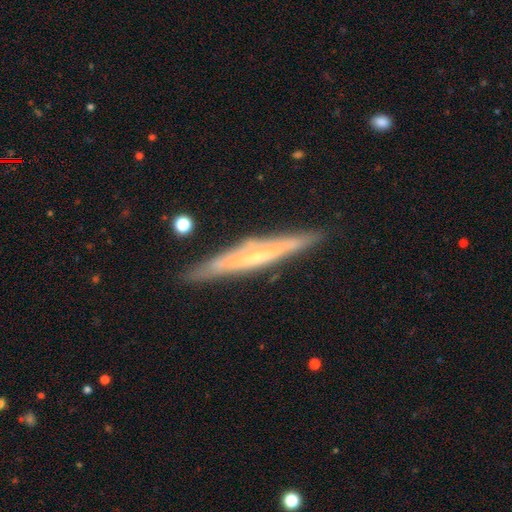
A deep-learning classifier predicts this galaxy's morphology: featured or disk 73%, smooth 21%, star or artifact 6%. Down the decision tree: edge-on disk — yes (92%); edge-on bulge — none (48%); merging — none (83%).